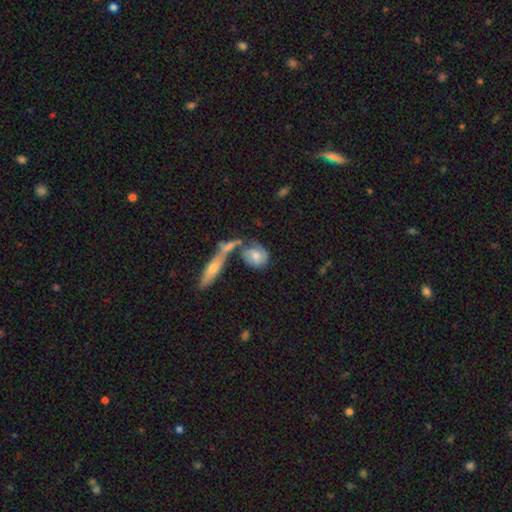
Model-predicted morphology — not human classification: Overall: featured or disk (52%; smooth 41%). Edge-on disk: no (87%). Merging: none (42%; merger 32%).